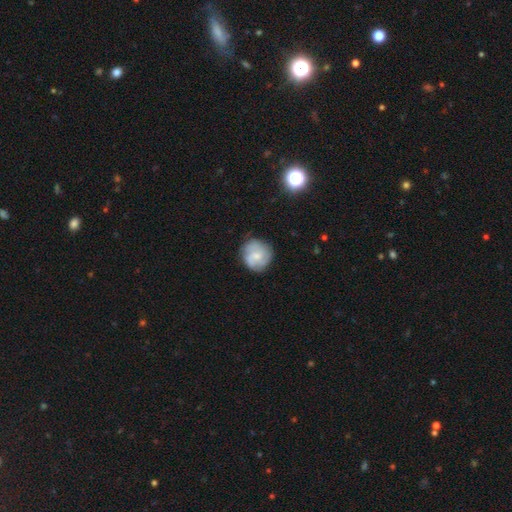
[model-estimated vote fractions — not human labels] Overall: featured or disk (54%; smooth 39%). Edge-on disk: no (98%). Bar: no (61%; weak 35%). Spiral arms: yes (87%). Bulge size: small (44%; moderate 36%). Merging: none (76%).